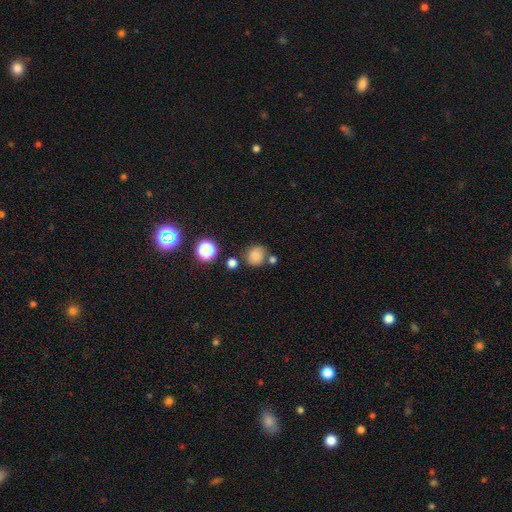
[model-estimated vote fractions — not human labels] This appears to be a smooth galaxy with no disk features (80%) that is round (78%). Merging: none (71%).